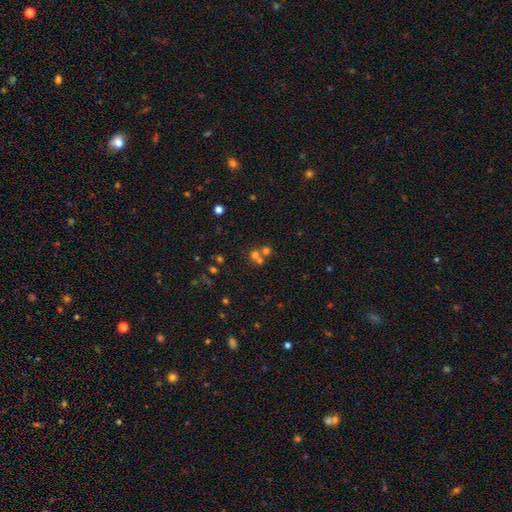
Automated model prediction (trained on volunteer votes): Smooth or featured?
  - smooth: 57% *
  - star or artifact: 27%
  - featured or disk: 16%
How rounded?
  - round: 84% *
  - in between: 15%
  - cigar-shaped: 1%
Merging?
  - merger: 47% *
  - none: 44%
  - minor disturbance: 6%
  - major disturbance: 3%